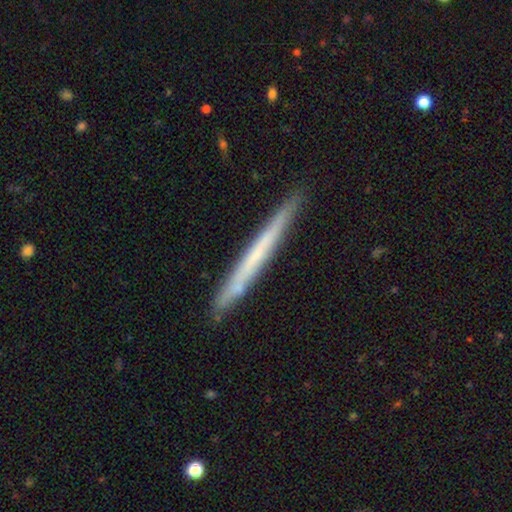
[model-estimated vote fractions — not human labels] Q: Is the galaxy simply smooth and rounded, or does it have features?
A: featured or disk — 51%.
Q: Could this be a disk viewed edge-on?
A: yes — 96%.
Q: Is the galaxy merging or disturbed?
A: none — 90%.